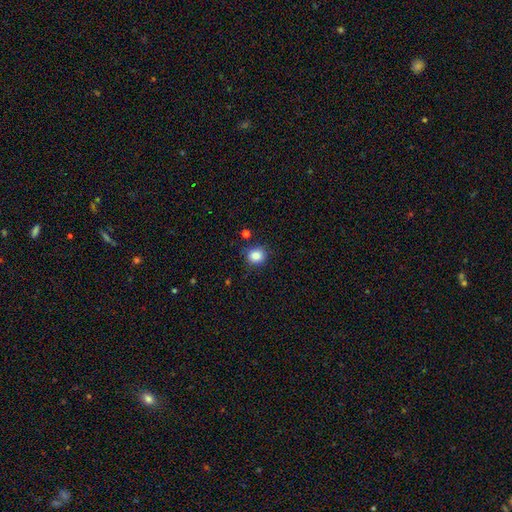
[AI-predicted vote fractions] Smooth or featured? Predicted: smooth (p=0.85). How rounded? Predicted: round (p=0.83). Merging? Predicted: none (p=0.84).